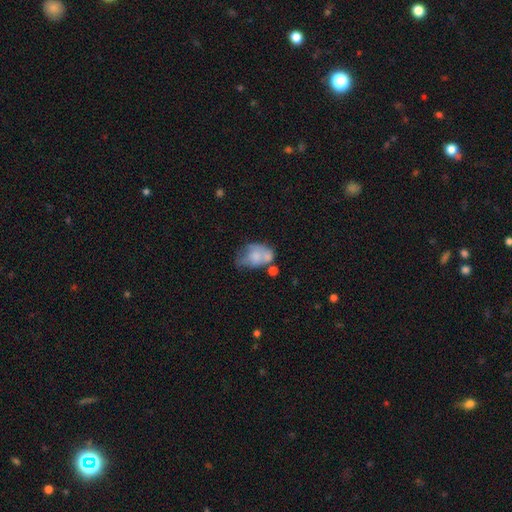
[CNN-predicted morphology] Smooth or featured?
  - smooth: 62% *
  - featured or disk: 29%
  - star or artifact: 9%
How rounded?
  - in between: 82% *
  - round: 17%
  - cigar-shaped: 1%
Merging?
  - minor disturbance: 28% *
  - merger: 26%
  - none: 25%
  - major disturbance: 22%